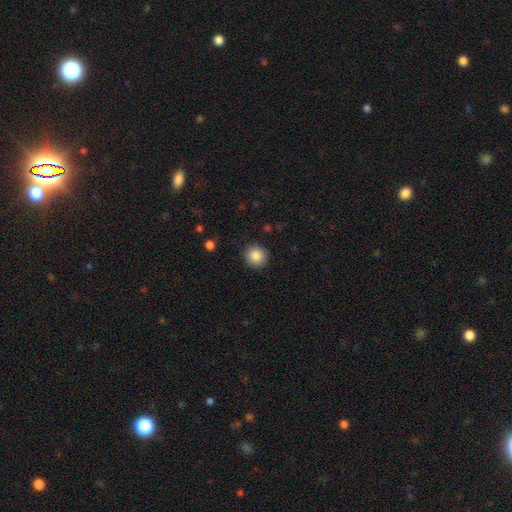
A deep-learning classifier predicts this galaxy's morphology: Overall: smooth (87%). How rounded: round (93%). Merging: none (91%).